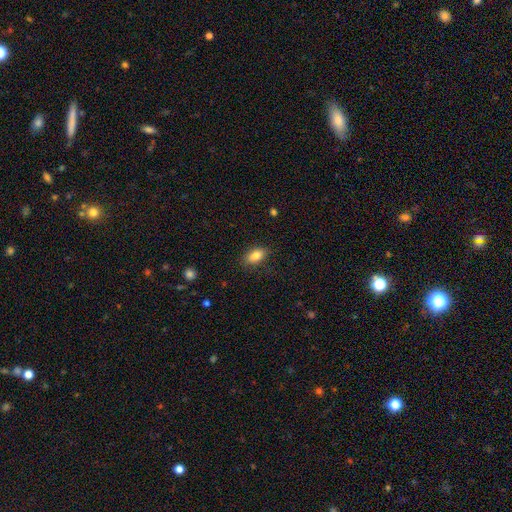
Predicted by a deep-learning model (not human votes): smooth 82%, featured or disk 10%, star or artifact 8%. Down the decision tree: how rounded — in between (88%); merging — none (85%).